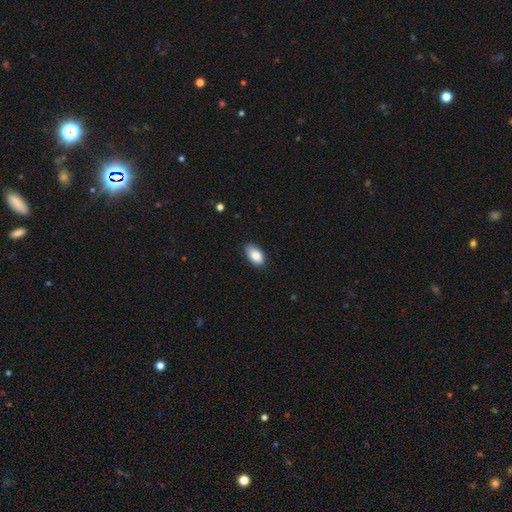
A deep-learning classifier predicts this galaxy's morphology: smooth_or_featured: smooth (p=0.87) [alt: star or artifact p=0.07]
how_rounded: in between (p=0.93) [alt: round p=0.04]
merging: none (p=0.79) [alt: minor disturbance p=0.18]